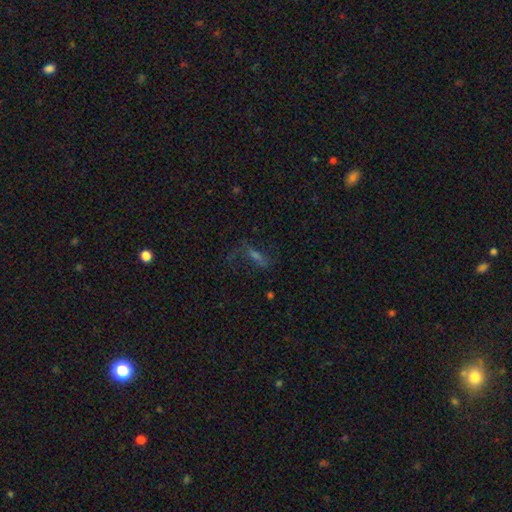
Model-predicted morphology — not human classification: A featured or disk galaxy (41%). Merging: none (58%).